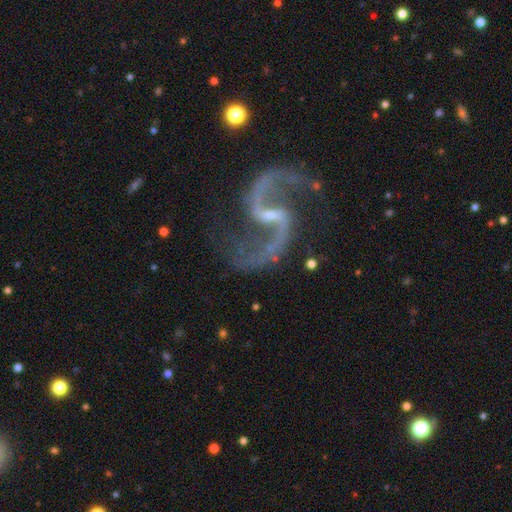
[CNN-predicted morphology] Q: Smooth or featured?
A: featured or disk (94%); runner-up: star or artifact (5%)
Q: Edge-on disk?
A: no (98%); runner-up: yes (2%)
Q: Bar?
A: weak (49%); runner-up: strong (28%)
Q: Spiral arms?
A: yes (98%); runner-up: no (2%)
Q: Spiral winding?
A: loose (62%); runner-up: medium (32%)
Q: Spiral arm count?
A: 2 (95%); runner-up: can't tell (1%)
Q: Bulge size?
A: small (73%); runner-up: none (13%)
Q: Merging?
A: none (78%); runner-up: minor disturbance (13%)